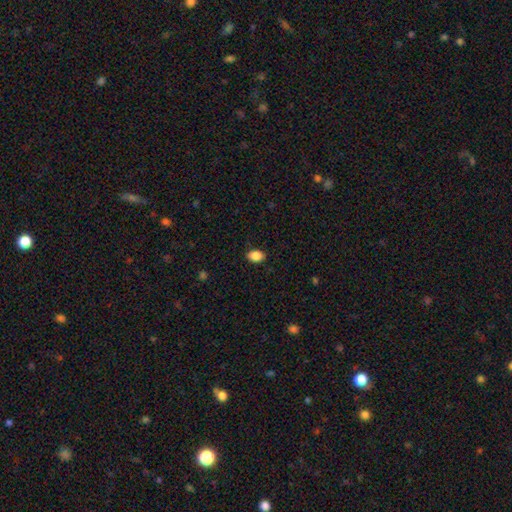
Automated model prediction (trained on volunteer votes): A smooth galaxy with no disk features (87%) that is in between round and cigar-shaped (84%). Merging: none (87%).